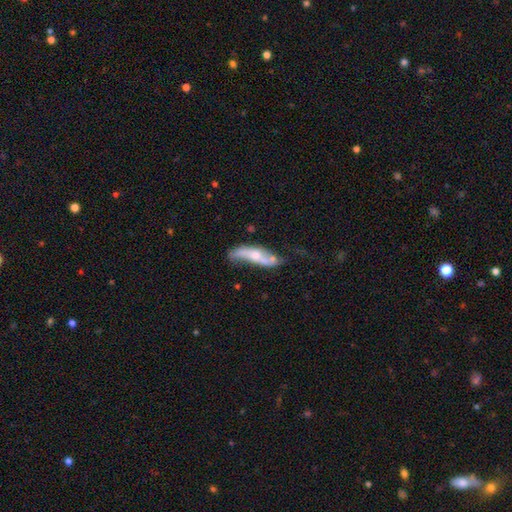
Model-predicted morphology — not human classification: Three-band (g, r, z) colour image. It shows a featured or disk galaxy (59%). Merging: none (40%).